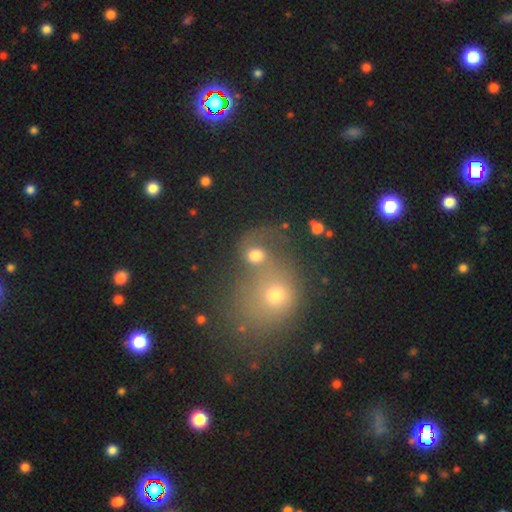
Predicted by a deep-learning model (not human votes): Smooth or featured? smooth (64%)
How rounded? round (72%)
Merging? merger (62%)